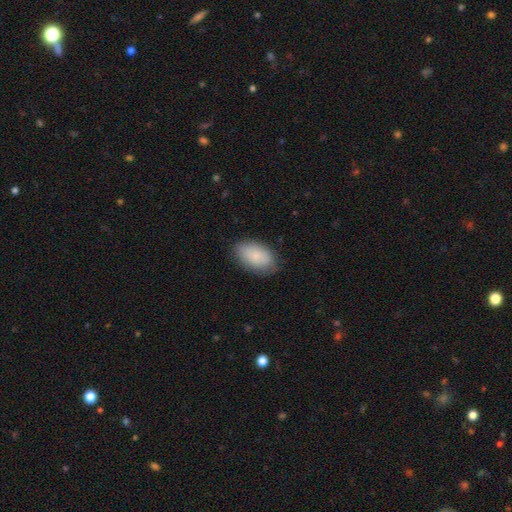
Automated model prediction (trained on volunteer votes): Overall: smooth (86%). How rounded: in between (93%). Merging: none (82%).